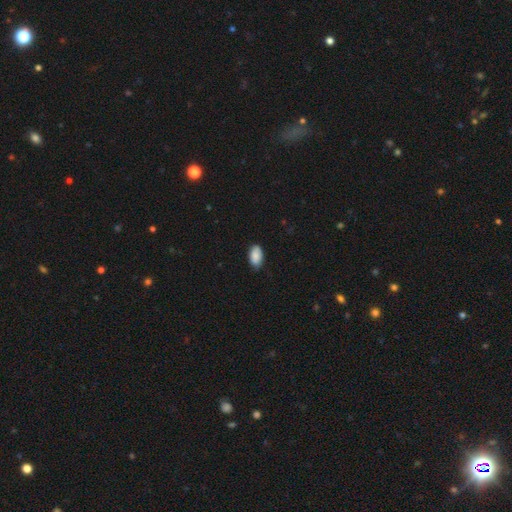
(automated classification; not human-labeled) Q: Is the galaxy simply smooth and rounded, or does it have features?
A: smooth — 86%.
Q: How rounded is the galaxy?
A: in between — 94%.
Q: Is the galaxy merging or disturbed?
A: none — 78%.